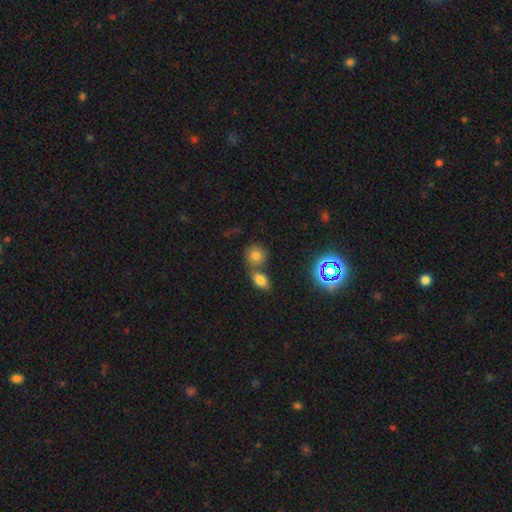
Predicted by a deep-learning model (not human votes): The model was most divided on "merging": none: 51%, merger: 37%, minor disturbance: 9%, major disturbance: 3%. More confident: how rounded — round (75%); smooth or featured — smooth (73%).